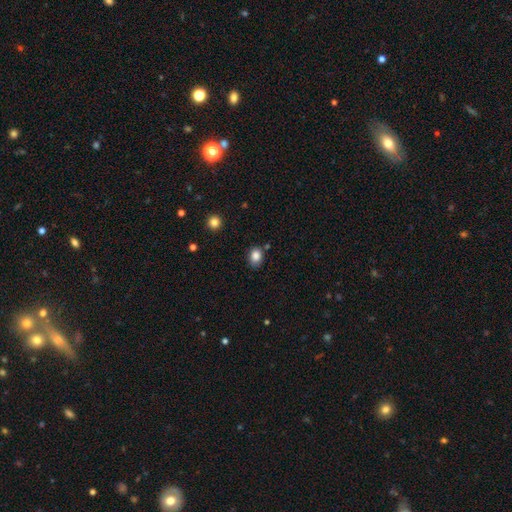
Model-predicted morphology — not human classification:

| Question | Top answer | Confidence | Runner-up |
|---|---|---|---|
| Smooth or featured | smooth | 84% | star or artifact (10%) |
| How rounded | in between | 55% | round (44%) |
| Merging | none | 76% | minor disturbance (16%) |